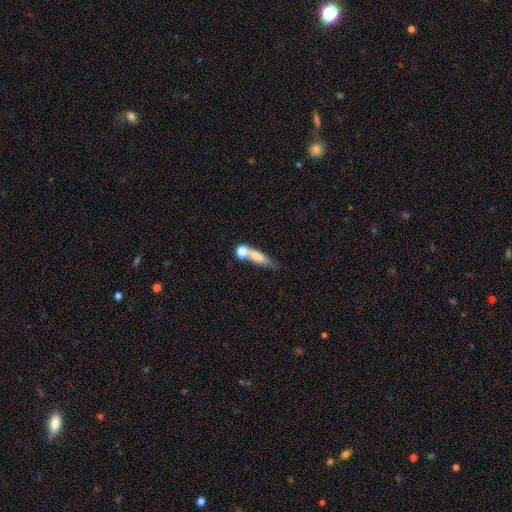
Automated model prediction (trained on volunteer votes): Morphology: type=smooth (68%); roundness=in between (45%); merging=merger (45%).